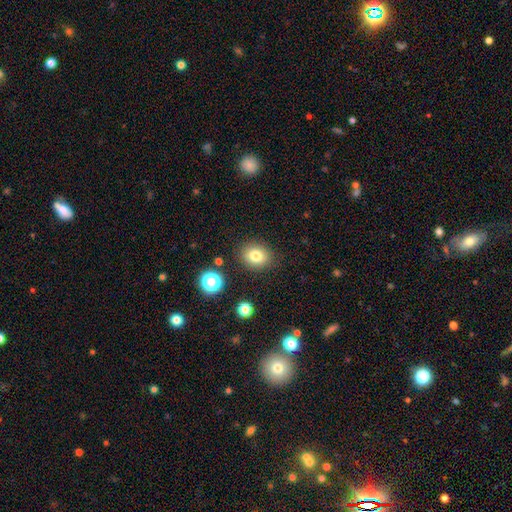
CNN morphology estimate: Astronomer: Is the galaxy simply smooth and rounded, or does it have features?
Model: smooth — 80%.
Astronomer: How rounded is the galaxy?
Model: round — 62% (runner-up: in between, 37%).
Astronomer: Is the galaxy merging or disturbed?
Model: none — 85%.